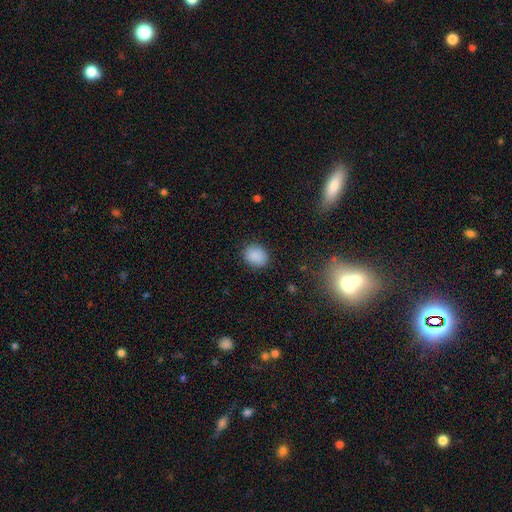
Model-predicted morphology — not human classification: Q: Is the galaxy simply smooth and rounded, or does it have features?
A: smooth — 88%.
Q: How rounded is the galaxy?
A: round — 60%.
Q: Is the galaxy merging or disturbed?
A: none — 87%.